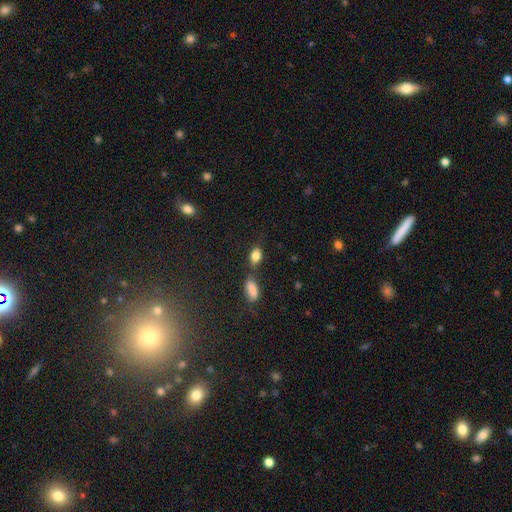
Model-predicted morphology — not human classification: This is clearly a smooth galaxy (82%). How rounded: clearly in between (82%). Merging: possibly none (59%).